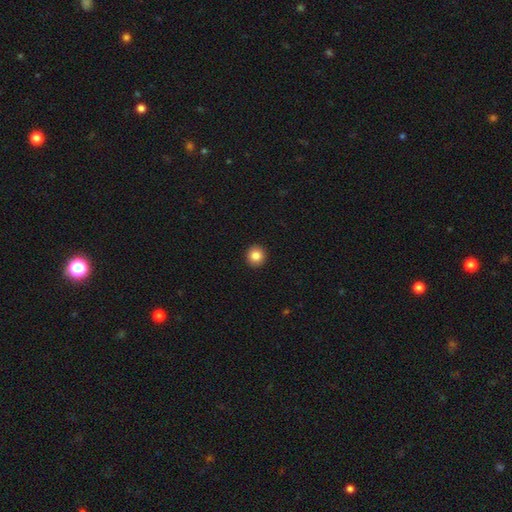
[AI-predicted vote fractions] A smooth galaxy with no disk features (85%) that is round (92%).

Vote fractions:
- Smooth or featured? smooth: 85% / star or artifact: 9% / featured or disk: 5%
- How rounded? round: 92% / in between: 7% / cigar-shaped: 1%
- Merging? none: 93% / minor disturbance: 5% / major disturbance: 1% / merger: 1%